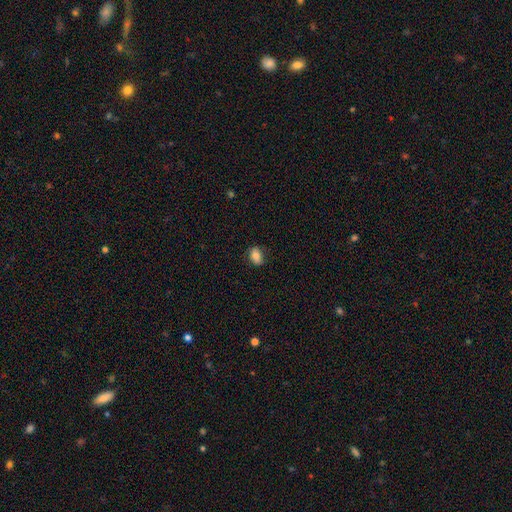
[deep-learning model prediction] Smooth or featured: smooth — 80% (featured or disk — 11%)
How rounded: in between — 78% (round — 20%)
Merging: none — 79% (minor disturbance — 17%)